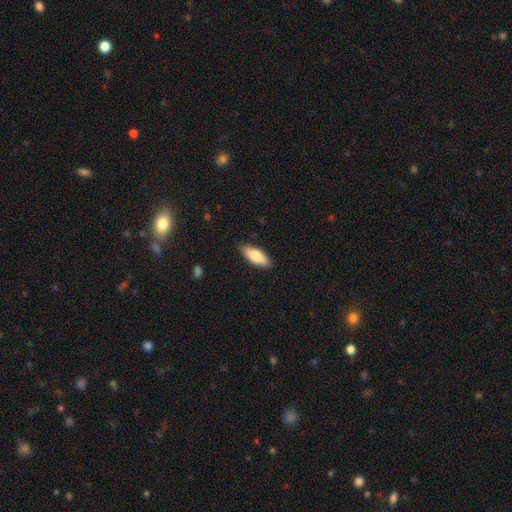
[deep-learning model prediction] smooth 76%, featured or disk 18%, star or artifact 6%. Down the decision tree: how rounded — in between (72%); merging — none (85%).